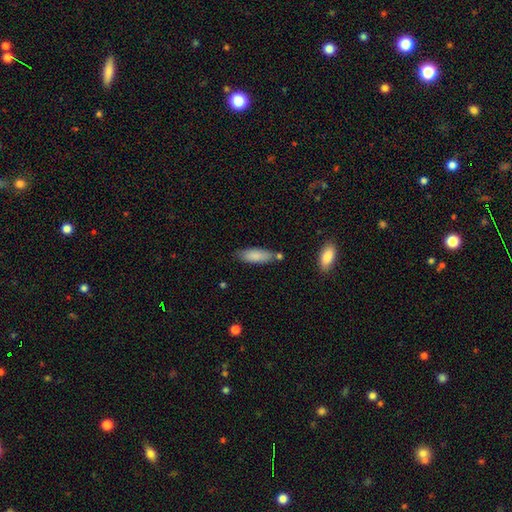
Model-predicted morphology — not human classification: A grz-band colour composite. It shows a smooth galaxy with no disk features (85%) that is in between round and cigar-shaped (63%). Merging: none (69%).